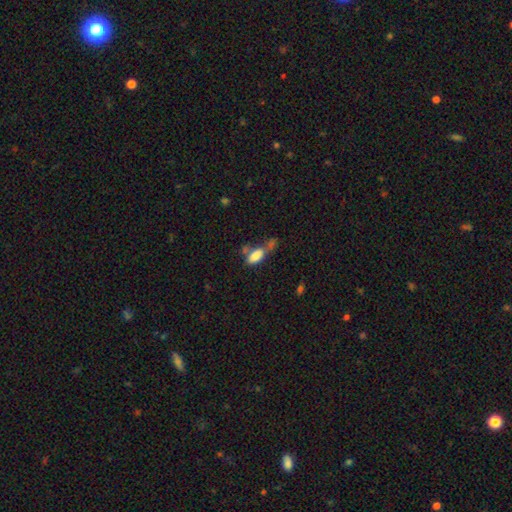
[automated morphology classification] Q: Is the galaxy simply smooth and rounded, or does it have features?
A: smooth — 80%.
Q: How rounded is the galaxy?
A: in between — 84%.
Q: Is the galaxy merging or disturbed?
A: none — 33%.